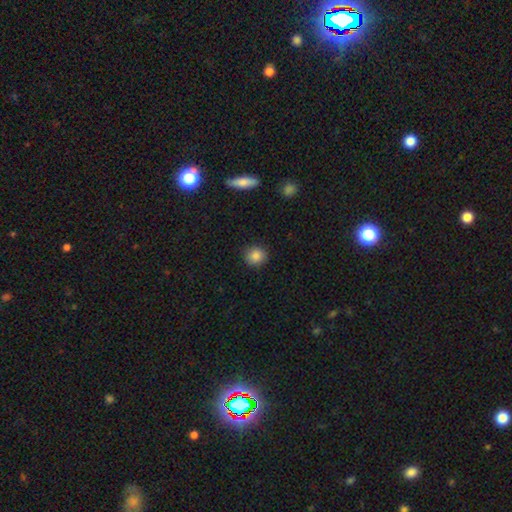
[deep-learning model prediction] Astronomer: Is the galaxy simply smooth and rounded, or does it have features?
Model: smooth — 85%.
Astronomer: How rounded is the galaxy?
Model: round — 86%.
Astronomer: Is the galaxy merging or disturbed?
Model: none — 90%.